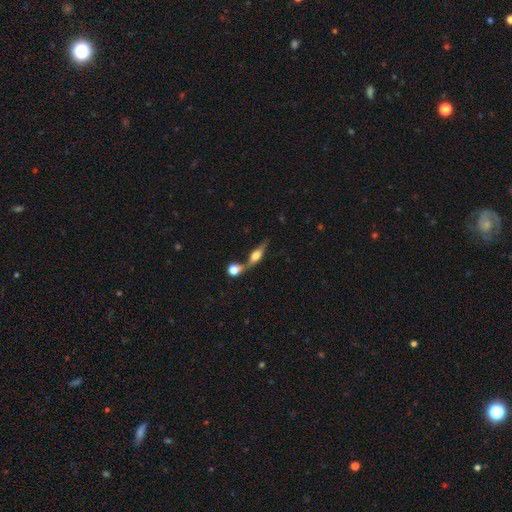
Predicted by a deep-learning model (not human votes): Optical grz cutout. It shows a featured or disk galaxy (63%) viewed edge-on (88%) with a rounded central bulge (91%). Merging: none (46%).